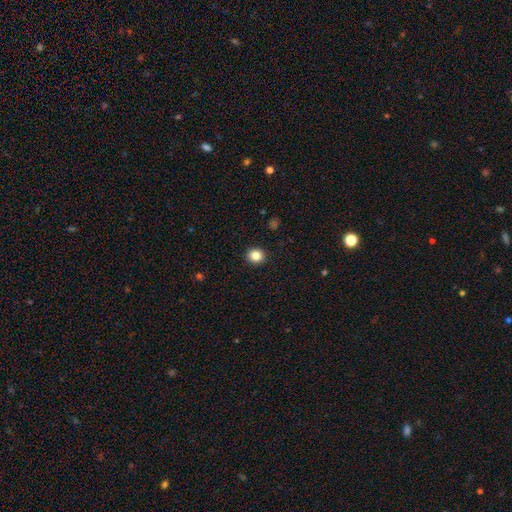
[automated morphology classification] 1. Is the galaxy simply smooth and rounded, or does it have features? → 86% smooth, 10% star or artifact, 4% featured or disk.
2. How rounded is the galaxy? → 81% round, 19% in between, 1% cigar-shaped.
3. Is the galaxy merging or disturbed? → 92% none, 5% minor disturbance, 2% major disturbance, 1% merger.